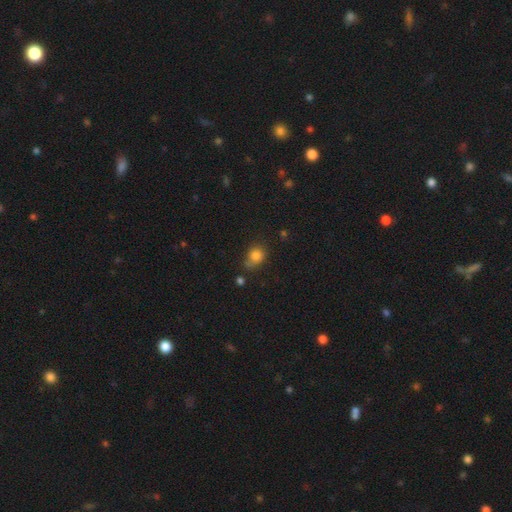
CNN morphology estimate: This is clearly a smooth galaxy (81%). How rounded: likely round (66%). Merging: possibly none (57%).